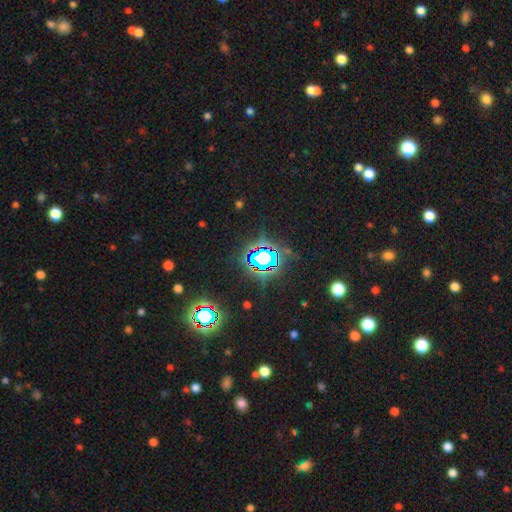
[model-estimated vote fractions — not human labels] The model was most divided on "smooth or featured": star or artifact: 78%, smooth: 13%, featured or disk: 9%.